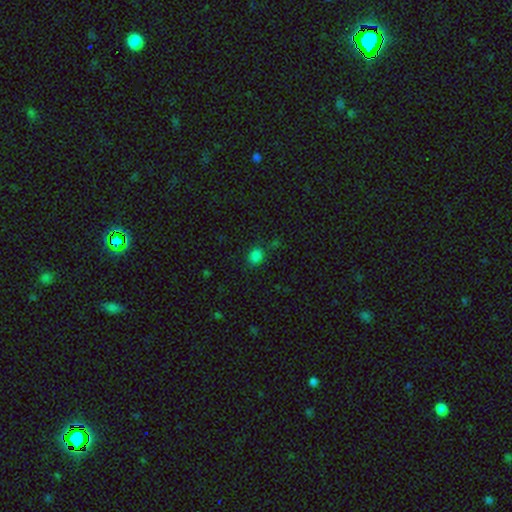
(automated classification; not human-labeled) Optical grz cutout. It shows a smooth galaxy with no disk features (79%) that is round (64%). Merging: none (78%).